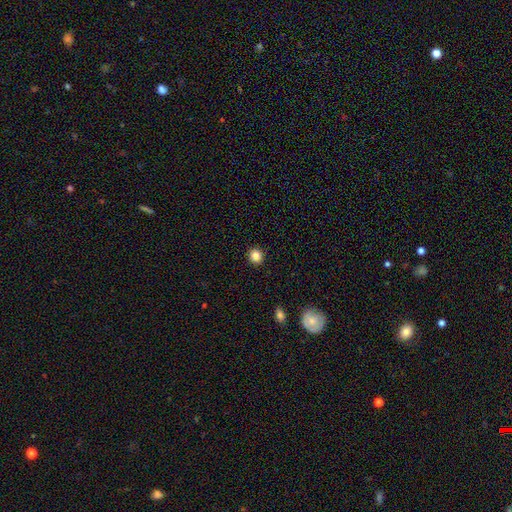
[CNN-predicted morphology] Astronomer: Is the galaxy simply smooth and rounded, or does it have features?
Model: smooth — 85%.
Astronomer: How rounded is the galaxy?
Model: round — 89%.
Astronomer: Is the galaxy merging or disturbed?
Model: none — 92%.